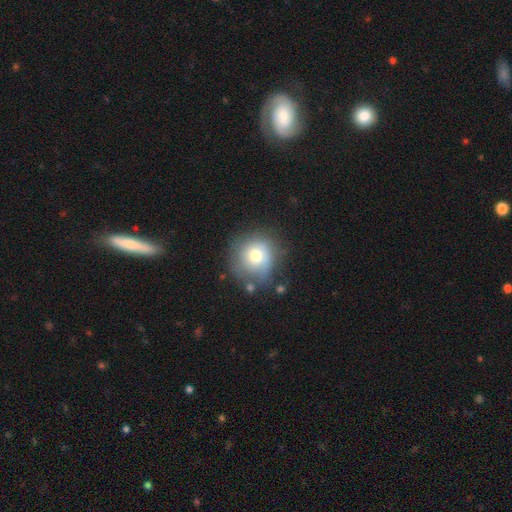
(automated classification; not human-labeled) Overall: smooth (63%; featured or disk 27%). How rounded: round (89%). Merging: none (63%).